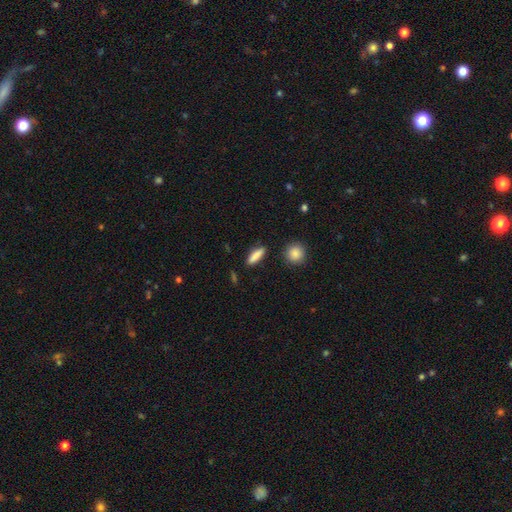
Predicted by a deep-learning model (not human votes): A smooth galaxy with no disk features (84%) that is cigar-shaped (62%).

Vote fractions:
- Smooth or featured? smooth: 84% / featured or disk: 9% / star or artifact: 7%
- How rounded? cigar-shaped: 62% / in between: 35% / round: 3%
- Merging? none: 88% / minor disturbance: 8% / merger: 2% / major disturbance: 2%